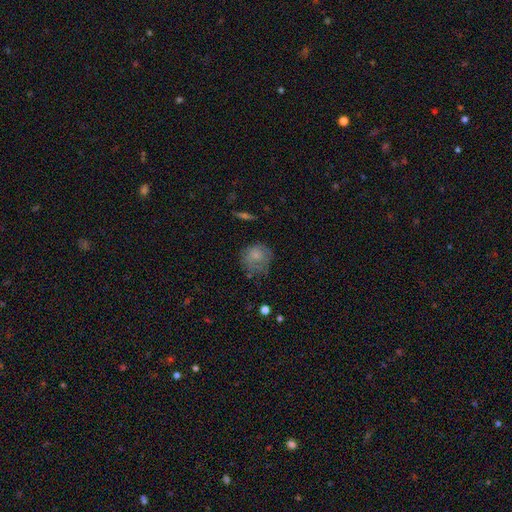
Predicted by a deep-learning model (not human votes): smooth 70%, featured or disk 21%, star or artifact 9%. Down the decision tree: how rounded — round (82%); merging — none (52%).